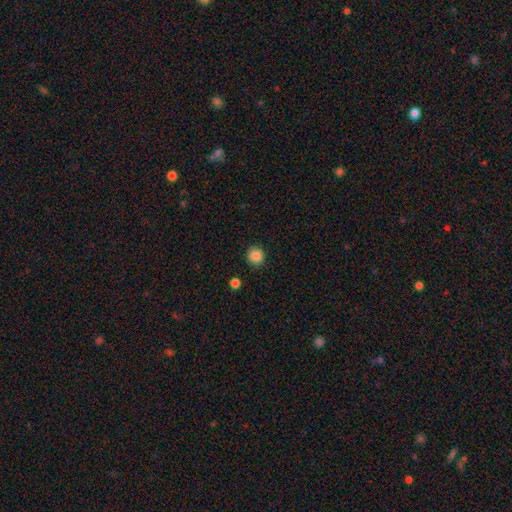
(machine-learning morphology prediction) Smooth or featured? smooth (87%)
How rounded? round (91%)
Merging? none (90%)